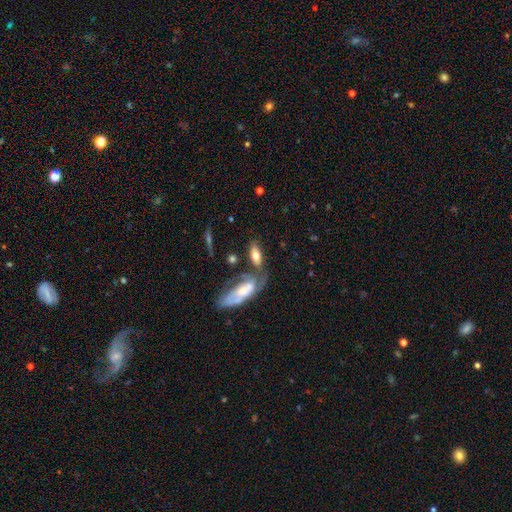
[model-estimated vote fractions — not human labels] A smooth galaxy with no disk features (61%) that is in between round and cigar-shaped (81%). Merging: none (42%).